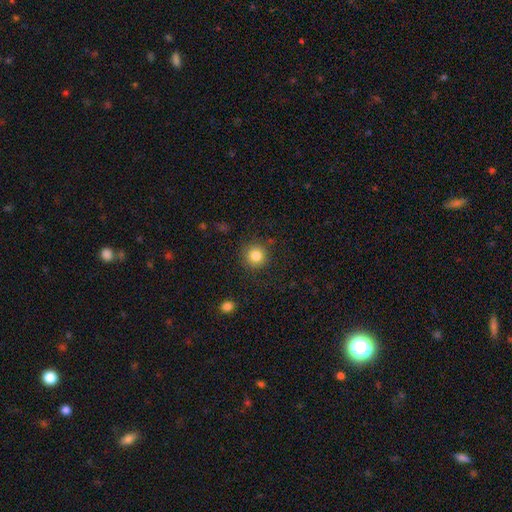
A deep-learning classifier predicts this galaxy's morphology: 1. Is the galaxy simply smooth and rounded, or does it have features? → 84% smooth, 11% star or artifact, 6% featured or disk.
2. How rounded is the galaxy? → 94% round, 5% in between, 1% cigar-shaped.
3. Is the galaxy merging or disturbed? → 87% none, 8% minor disturbance, 3% major disturbance, 1% merger.